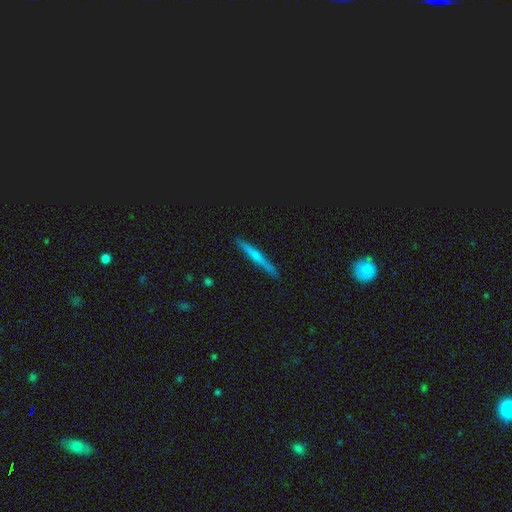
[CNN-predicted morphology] This is possibly a smooth galaxy (46%). Merging: clearly none (90%).